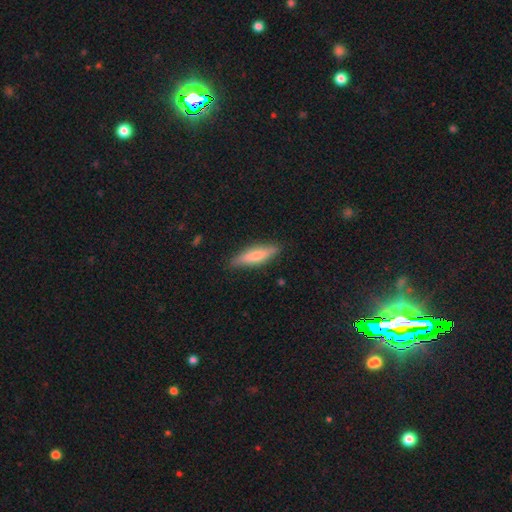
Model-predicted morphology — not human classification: Smooth or featured? Predicted: smooth (p=0.63). How rounded? Predicted: cigar-shaped (p=0.71). Merging? Predicted: none (p=0.84).